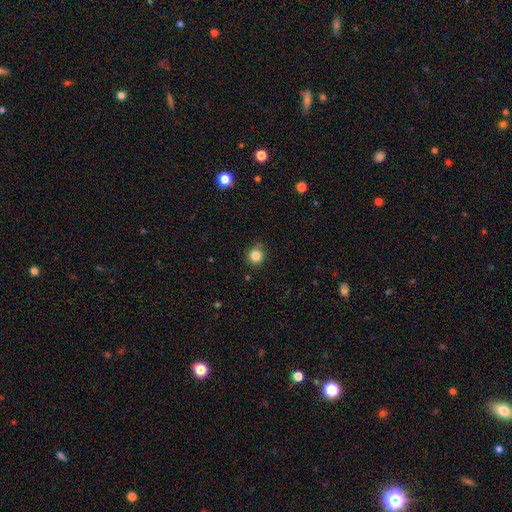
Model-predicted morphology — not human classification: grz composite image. It shows a smooth galaxy with no disk features (83%) that is round (90%). Merging: none (81%).